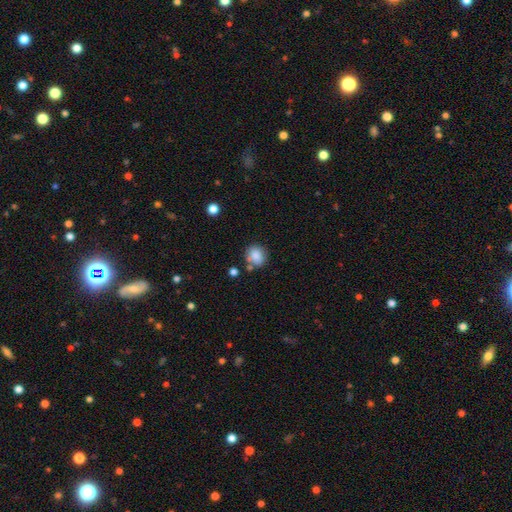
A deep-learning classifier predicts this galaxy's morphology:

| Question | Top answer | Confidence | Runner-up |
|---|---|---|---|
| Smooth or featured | smooth | 84% | star or artifact (9%) |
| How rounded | round | 74% | in between (25%) |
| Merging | none | 67% | minor disturbance (16%) |